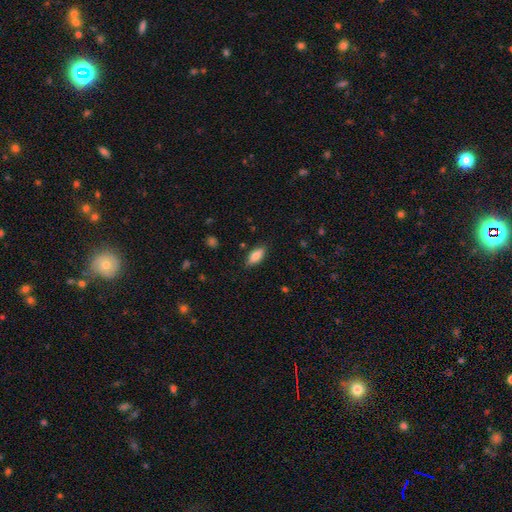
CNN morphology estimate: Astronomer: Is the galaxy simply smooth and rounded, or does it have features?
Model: smooth — 75%.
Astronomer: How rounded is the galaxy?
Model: in between — 82%.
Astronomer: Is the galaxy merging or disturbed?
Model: none — 84%.